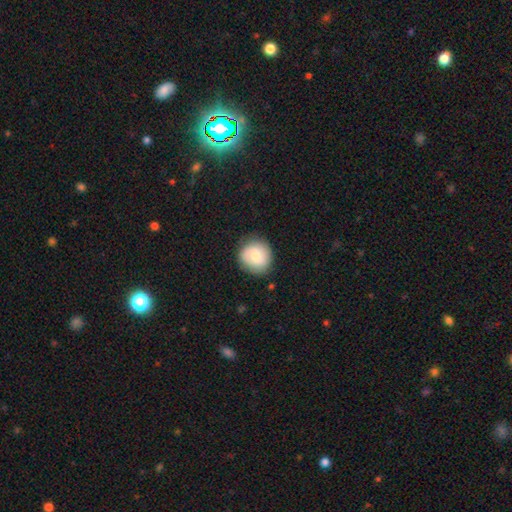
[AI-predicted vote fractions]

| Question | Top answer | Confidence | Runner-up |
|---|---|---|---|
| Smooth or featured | smooth | 64% | featured or disk (30%) |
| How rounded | round | 88% | in between (11%) |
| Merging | none | 82% | minor disturbance (13%) |